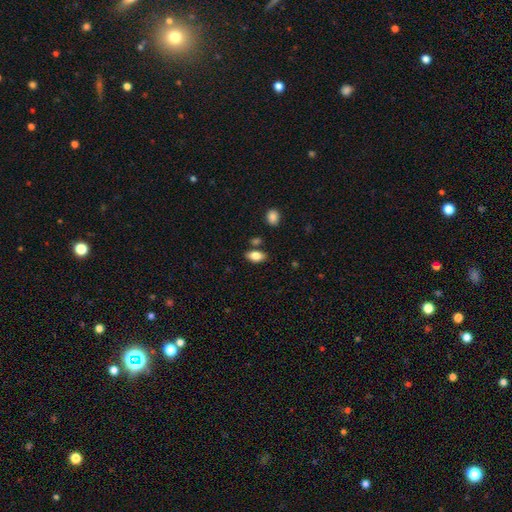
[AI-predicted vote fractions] Smooth or featured: smooth — 82% (featured or disk — 10%)
How rounded: in between — 90% (round — 7%)
Merging: none — 80% (minor disturbance — 11%)